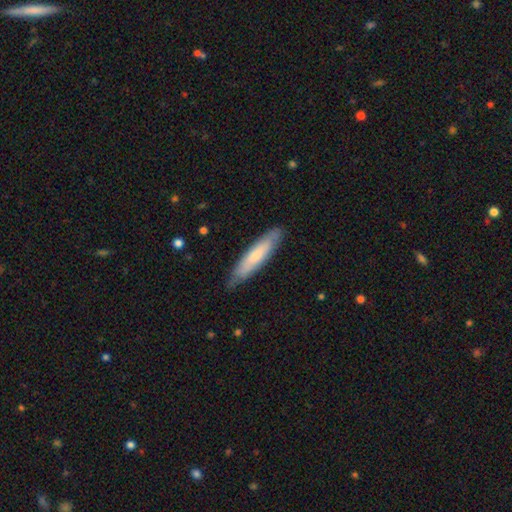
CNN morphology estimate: Overall: smooth (65%; featured or disk 30%). How rounded: cigar-shaped (82%). Merging: none (84%).